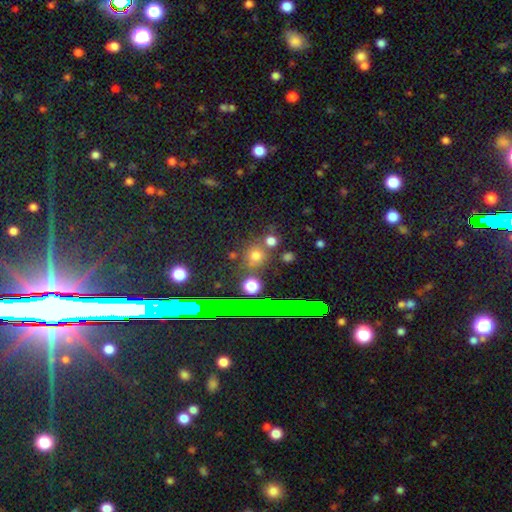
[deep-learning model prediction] A smooth galaxy with no disk features (68%) that is round (87%).

Vote fractions:
- Smooth or featured? smooth: 68% / star or artifact: 25% / featured or disk: 8%
- How rounded? round: 87% / in between: 11% / cigar-shaped: 2%
- Merging? none: 79% / merger: 10% / minor disturbance: 8% / major disturbance: 3%